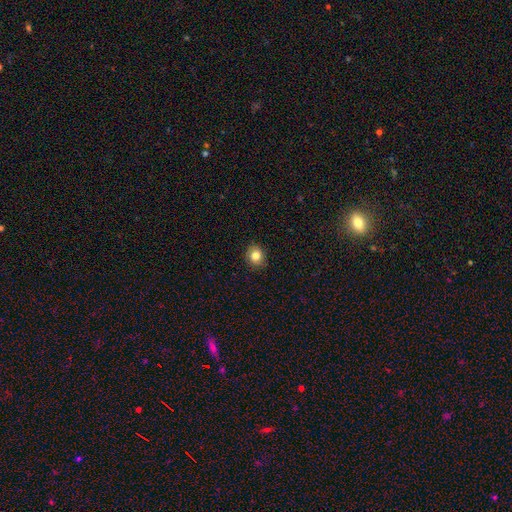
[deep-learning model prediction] A smooth galaxy with no disk features (82%) that is round (73%). Merging: none (89%).